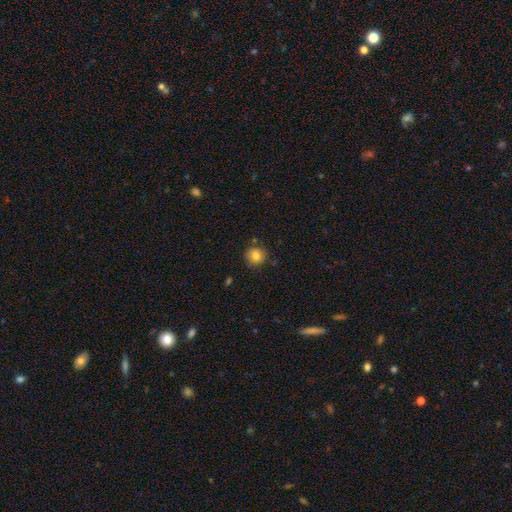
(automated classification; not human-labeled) smooth 82%, star or artifact 11%, featured or disk 8%. Down the decision tree: how rounded — round (92%); merging — none (82%).